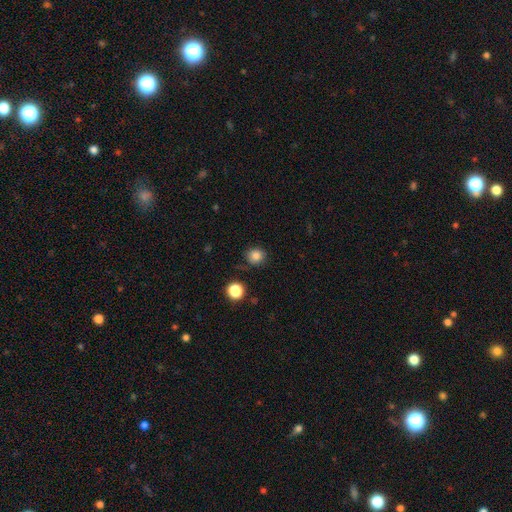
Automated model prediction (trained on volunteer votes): Smooth or featured? Predicted: smooth (p=0.82). How rounded? Predicted: round (p=0.88). Merging? Predicted: none (p=0.81).